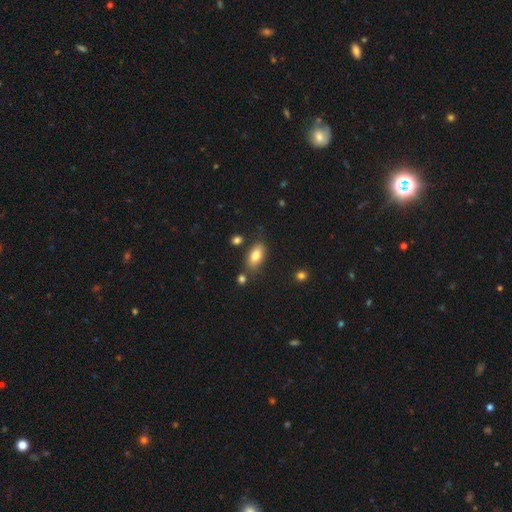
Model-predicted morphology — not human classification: The model was most divided on "merging": none: 76%, minor disturbance: 14%, merger: 7%, major disturbance: 3%. More confident: how rounded — in between (89%); smooth or featured — smooth (80%).